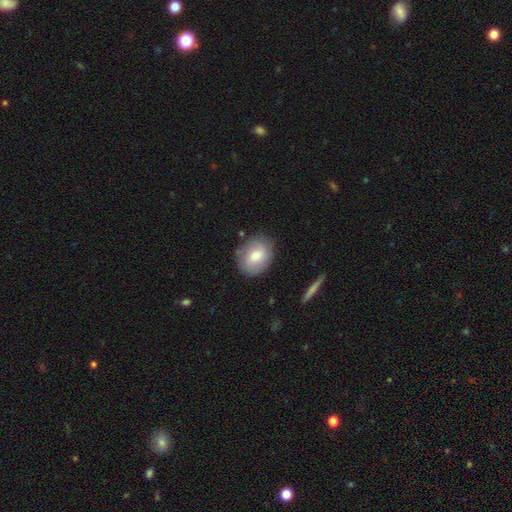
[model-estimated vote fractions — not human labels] Smooth or featured?
  - smooth: 66% *
  - featured or disk: 27%
  - star or artifact: 7%
How rounded?
  - round: 57% *
  - in between: 42%
  - cigar-shaped: 1%
Merging?
  - none: 81% *
  - minor disturbance: 13%
  - major disturbance: 4%
  - merger: 2%